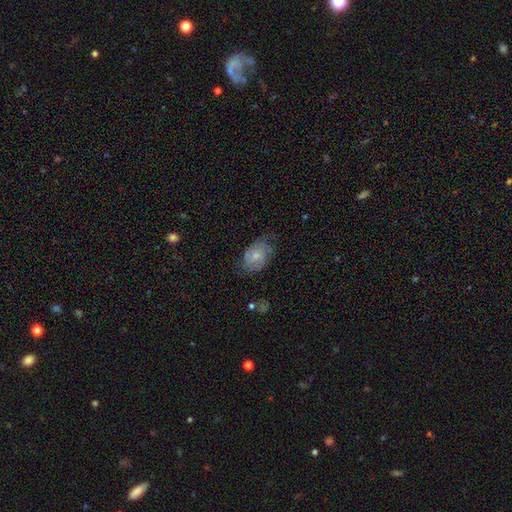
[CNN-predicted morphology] Overall: smooth (59%; featured or disk 34%). How rounded: in between (83%). Merging: none (57%; minor disturbance 31%).